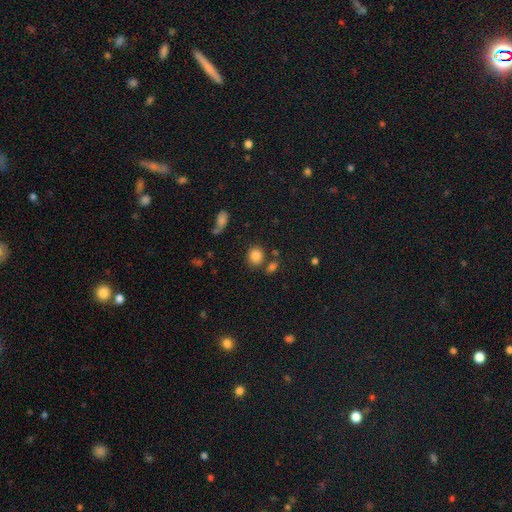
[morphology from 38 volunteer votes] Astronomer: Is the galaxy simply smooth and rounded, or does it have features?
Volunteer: smooth — 84%.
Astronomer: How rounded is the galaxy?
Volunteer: round — 78%.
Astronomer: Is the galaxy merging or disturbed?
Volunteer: none — 69%.